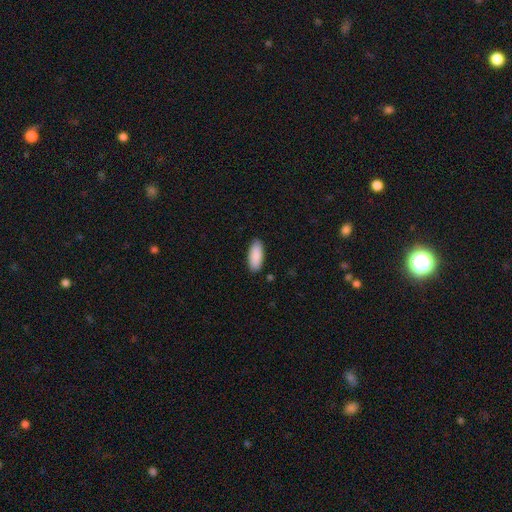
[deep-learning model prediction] A smooth galaxy with no disk features (90%) that is in between round and cigar-shaped (84%). Merging: none (87%).